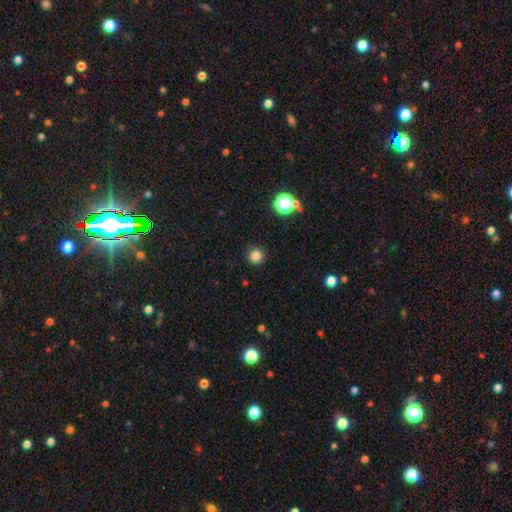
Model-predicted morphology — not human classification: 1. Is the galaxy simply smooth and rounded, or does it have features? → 83% smooth, 13% star or artifact, 4% featured or disk.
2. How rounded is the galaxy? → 95% round, 4% in between, 1% cigar-shaped.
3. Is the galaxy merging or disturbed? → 91% none, 6% minor disturbance, 2% major disturbance, 1% merger.